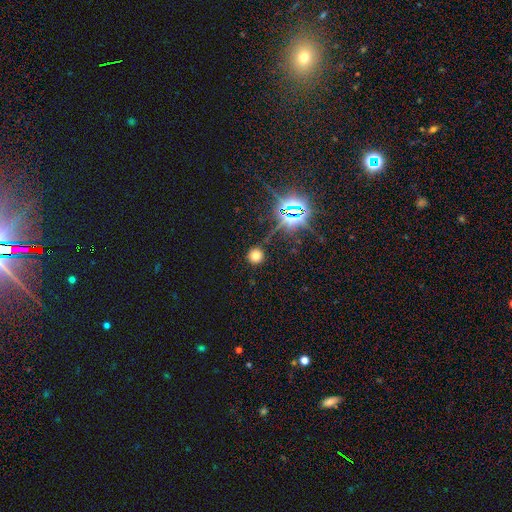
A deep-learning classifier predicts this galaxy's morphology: smooth 65%, star or artifact 27%, featured or disk 8%. Down the decision tree: how rounded — round (93%); merging — none (87%).